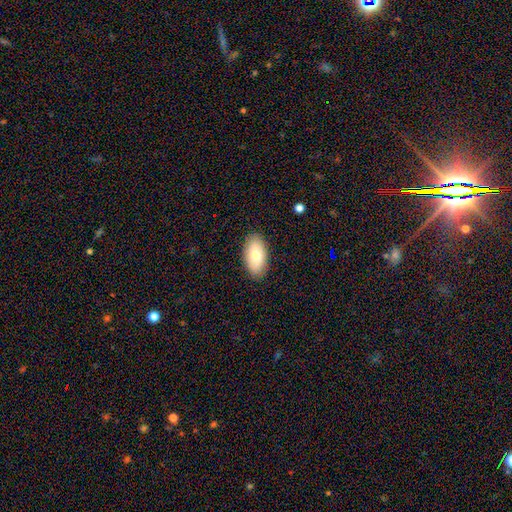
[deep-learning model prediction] Smooth or featured? Predicted: smooth (p=0.74). How rounded? Predicted: in between (p=0.94). Merging? Predicted: none (p=0.88).